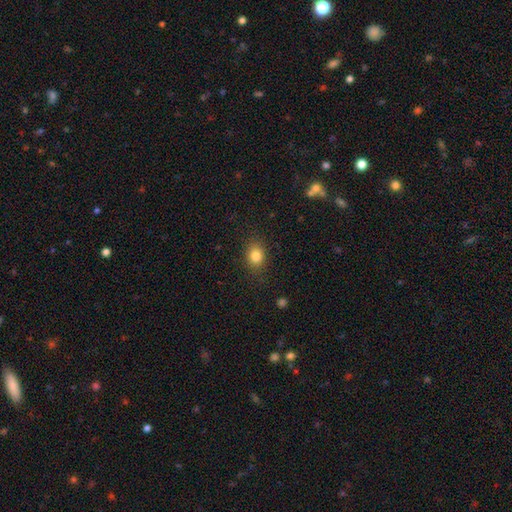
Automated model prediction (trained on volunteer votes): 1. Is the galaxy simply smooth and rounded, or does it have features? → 84% smooth, 11% star or artifact, 6% featured or disk.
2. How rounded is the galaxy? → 50% round, 49% in between, 1% cigar-shaped.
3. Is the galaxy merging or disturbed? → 84% none, 11% minor disturbance, 3% major disturbance, 1% merger.